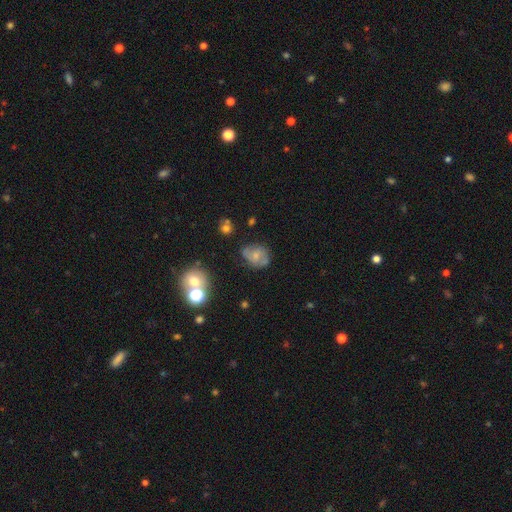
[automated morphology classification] This is possibly a smooth galaxy (47%). Merging: possibly none (58%).